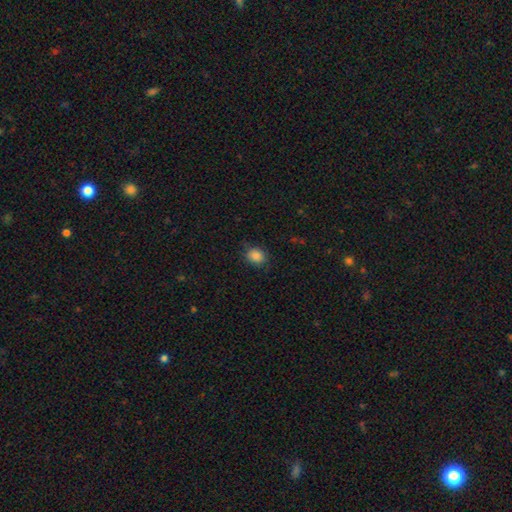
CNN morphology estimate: smooth-or-featured: smooth: 86% | star or artifact: 10% | featured or disk: 4%
  how-rounded: round: 61% | in between: 38% | cigar-shaped: 1%
  merging: none: 81% | minor disturbance: 15% | major disturbance: 3% | merger: 1%